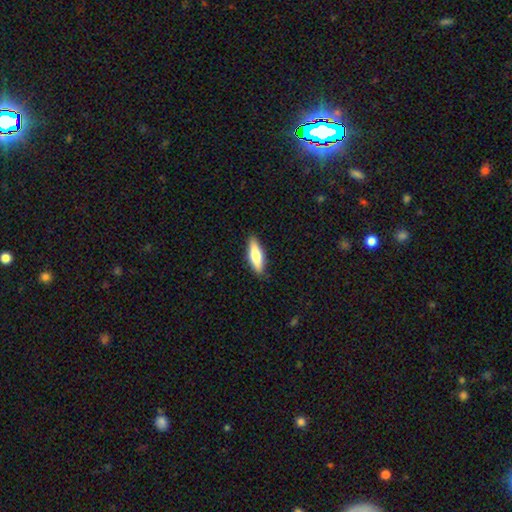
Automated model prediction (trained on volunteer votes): This is likely a smooth galaxy (63%). How rounded: possibly cigar-shaped (57%). Merging: clearly none (88%).